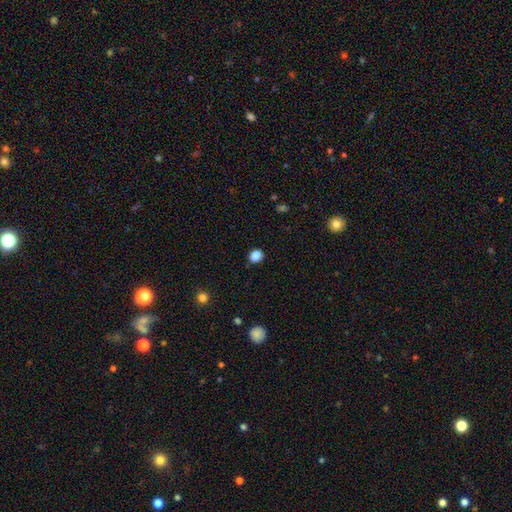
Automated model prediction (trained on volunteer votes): Morphology: type=smooth (86%); roundness=round (54%); merging=none (87%).